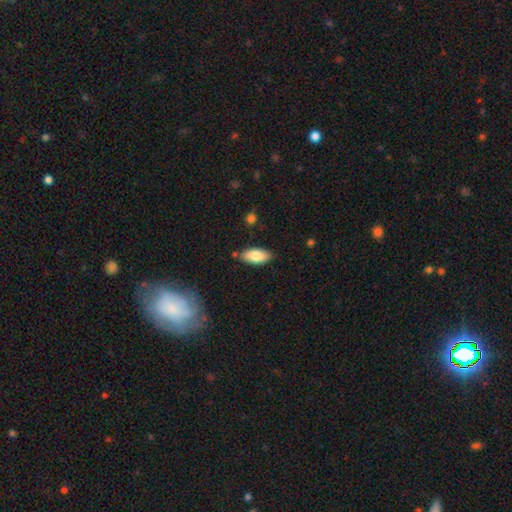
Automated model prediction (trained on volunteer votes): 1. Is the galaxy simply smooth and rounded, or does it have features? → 83% smooth, 10% featured or disk, 6% star or artifact.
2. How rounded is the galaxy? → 91% in between, 7% cigar-shaped, 2% round.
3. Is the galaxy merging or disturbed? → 82% none, 13% minor disturbance, 3% merger, 2% major disturbance.